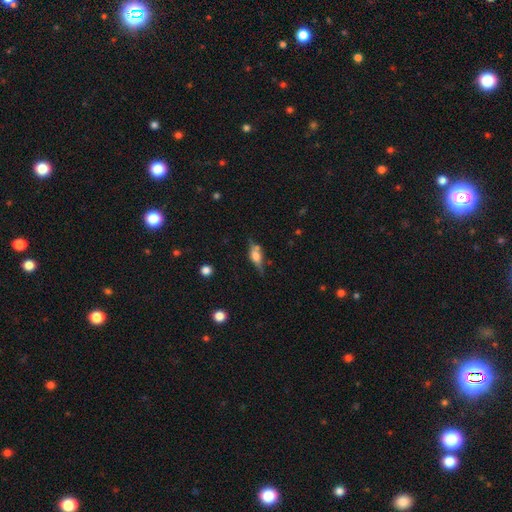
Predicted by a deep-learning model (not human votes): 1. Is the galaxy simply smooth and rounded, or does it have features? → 60% featured or disk, 31% smooth, 9% star or artifact.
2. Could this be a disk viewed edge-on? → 91% yes, 9% no.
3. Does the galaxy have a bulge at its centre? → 87% rounded, 11% boxy, 2% none.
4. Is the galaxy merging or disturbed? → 68% none, 18% minor disturbance, 8% merger, 6% major disturbance.